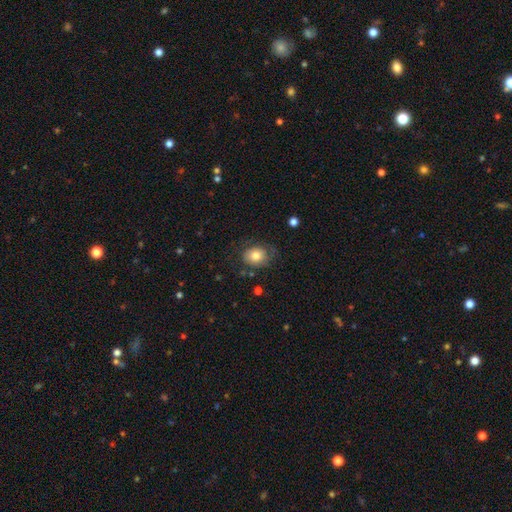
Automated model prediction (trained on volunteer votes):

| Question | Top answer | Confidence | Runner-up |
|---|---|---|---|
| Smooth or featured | smooth | 72% | featured or disk (20%) |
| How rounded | in between | 50% | round (49%) |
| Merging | none | 62% | minor disturbance (24%) |